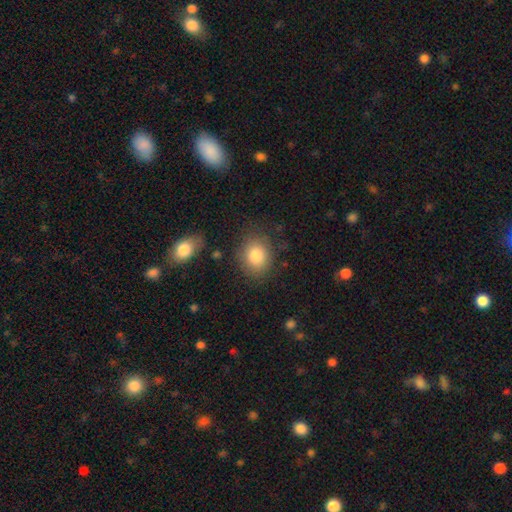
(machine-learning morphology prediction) The model was most divided on "how rounded": round: 65%, in between: 34%, cigar-shaped: 1%. More confident: smooth or featured — smooth (82%); merging — none (80%).